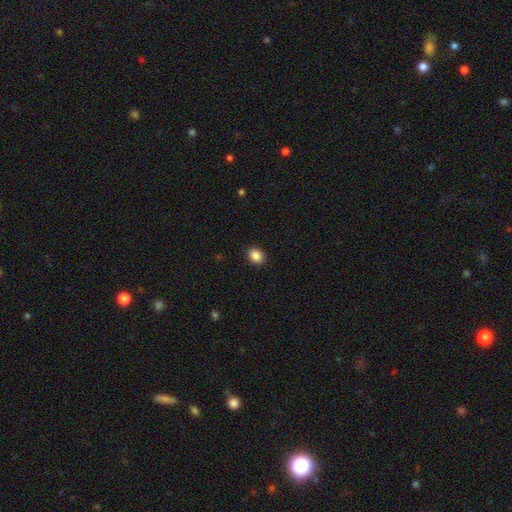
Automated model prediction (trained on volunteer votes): This is clearly a smooth galaxy (87%). How rounded: possibly in between (52%). Merging: clearly none (91%).